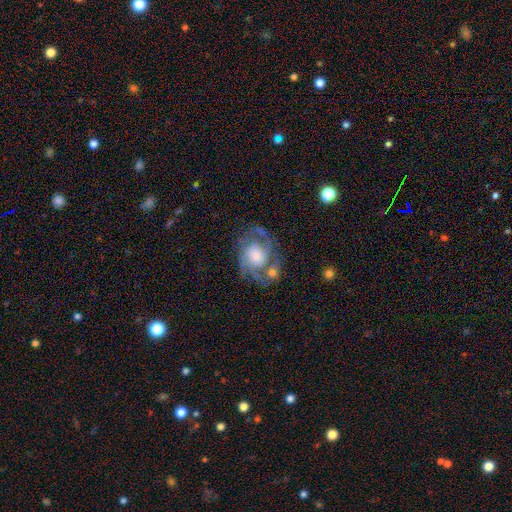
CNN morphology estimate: Q: Smooth or featured?
A: featured or disk (79%); runner-up: smooth (15%)
Q: Edge-on disk?
A: no (98%); runner-up: yes (2%)
Q: Bar?
A: no (72%); runner-up: weak (23%)
Q: Spiral arms?
A: yes (91%); runner-up: no (9%)
Q: Spiral winding?
A: medium (47%); runner-up: tight (37%)
Q: Spiral arm count?
A: 2 (41%); runner-up: can't tell (21%)
Q: Bulge size?
A: moderate (37%); runner-up: small (27%)
Q: Merging?
A: none (51%); runner-up: minor disturbance (18%)